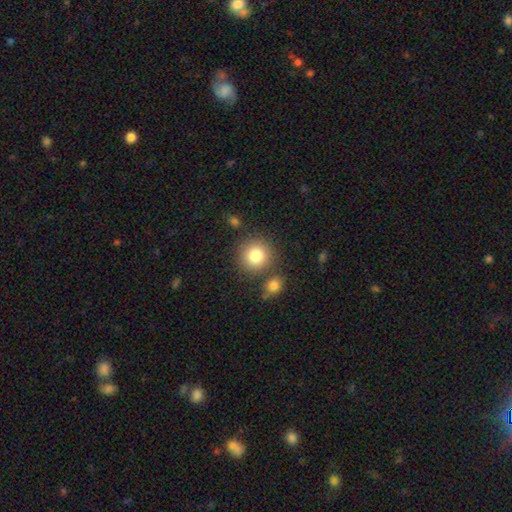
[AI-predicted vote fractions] smooth-or-featured: smooth: 83% | star or artifact: 9% | featured or disk: 8%
  how-rounded: round: 91% | in between: 8% | cigar-shaped: 1%
  merging: none: 76% | merger: 12% | minor disturbance: 9% | major disturbance: 3%